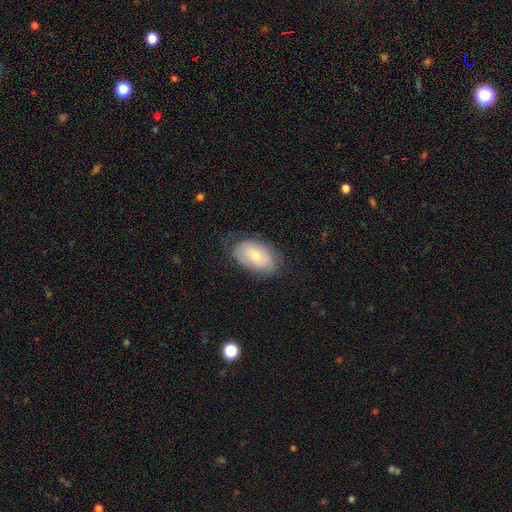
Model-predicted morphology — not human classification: smooth-or-featured: smooth: 57% | featured or disk: 36% | star or artifact: 7%
  how-rounded: in between: 91% | round: 7% | cigar-shaped: 1%
  merging: none: 67% | minor disturbance: 24% | major disturbance: 8% | merger: 1%